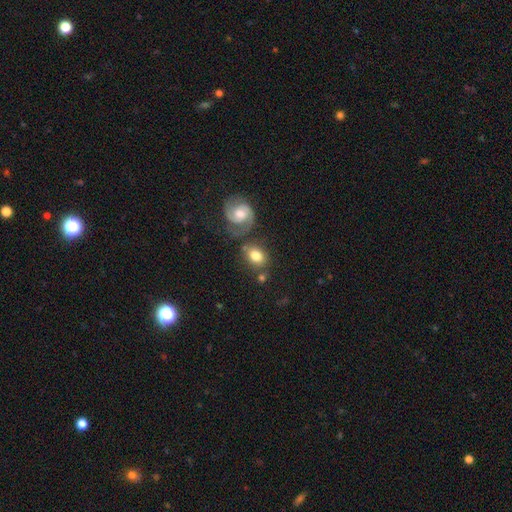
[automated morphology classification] Overall: smooth (72%). How rounded: in between (55%; round 44%). Merging: none (63%).